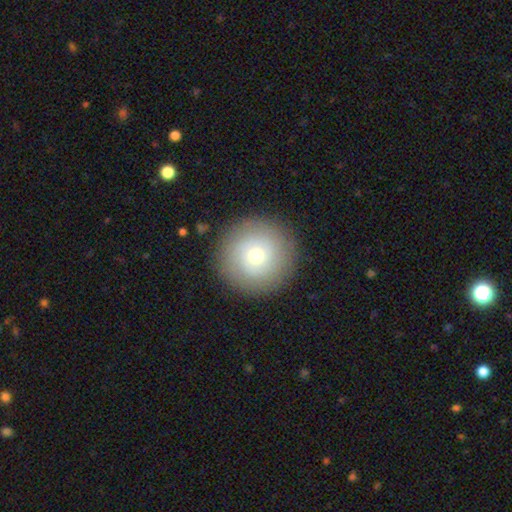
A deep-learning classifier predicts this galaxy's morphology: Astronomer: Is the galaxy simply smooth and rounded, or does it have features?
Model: smooth — 62%.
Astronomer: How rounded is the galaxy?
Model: round — 96%.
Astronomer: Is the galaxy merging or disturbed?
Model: none — 89%.